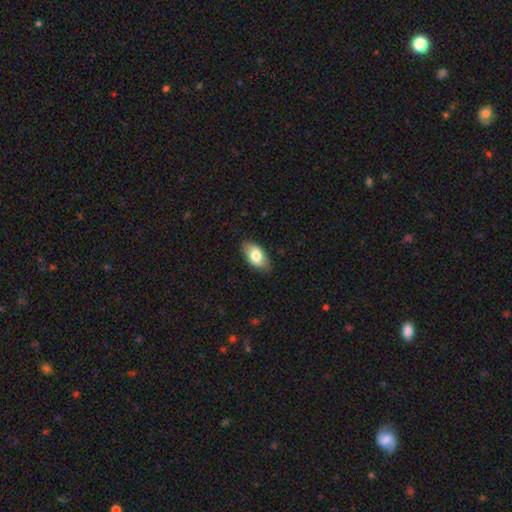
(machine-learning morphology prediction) The model was most divided on "smooth or featured": smooth: 76%, featured or disk: 18%, star or artifact: 6%. More confident: how rounded — in between (93%); merging — none (84%).